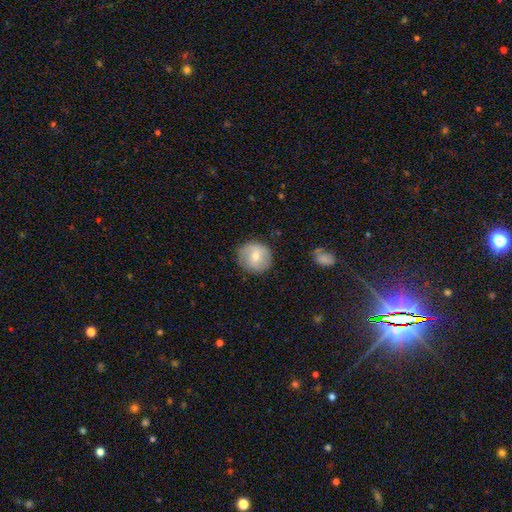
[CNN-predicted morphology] This appears to be a smooth galaxy with no disk features (61%) that is round (89%). Merging: none (83%).